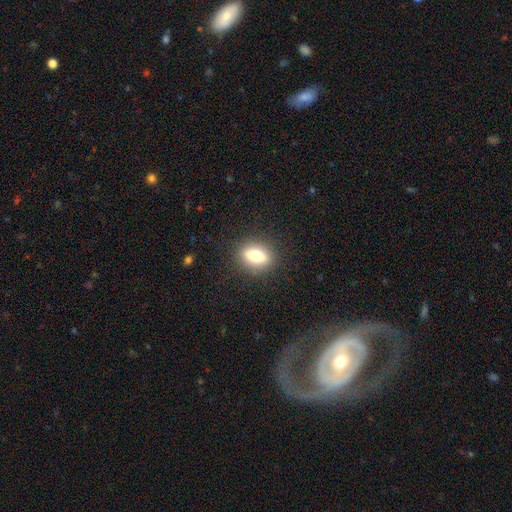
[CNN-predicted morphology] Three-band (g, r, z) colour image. It shows a smooth galaxy with no disk features (71%) that is in between round and cigar-shaped (69%). Merging: none (87%).